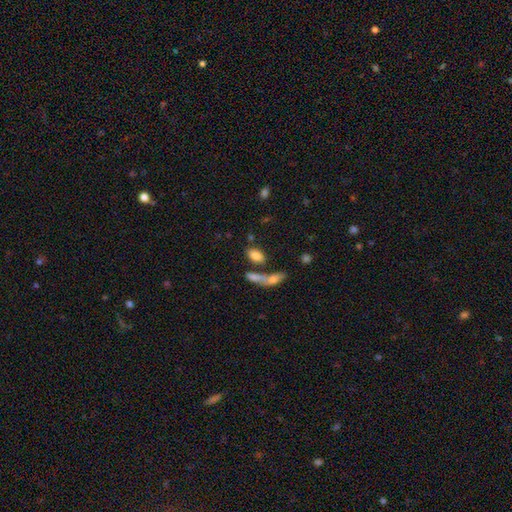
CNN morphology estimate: smooth 81%, featured or disk 11%, star or artifact 9%. Down the decision tree: how rounded — in between (87%); merging — none (57%).